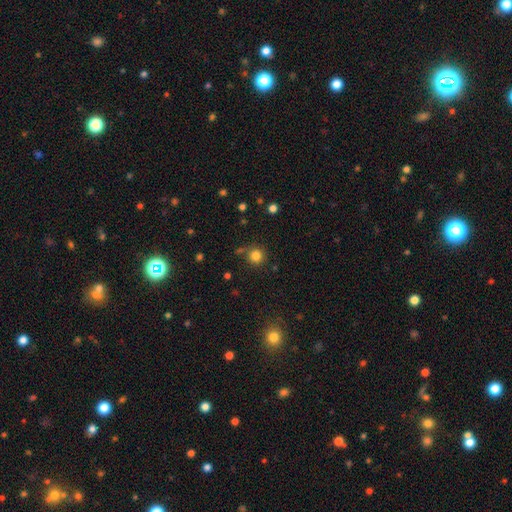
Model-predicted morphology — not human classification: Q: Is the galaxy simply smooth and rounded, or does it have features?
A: smooth — 81%.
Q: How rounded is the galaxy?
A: round — 93%.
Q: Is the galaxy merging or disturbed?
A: none — 78%.